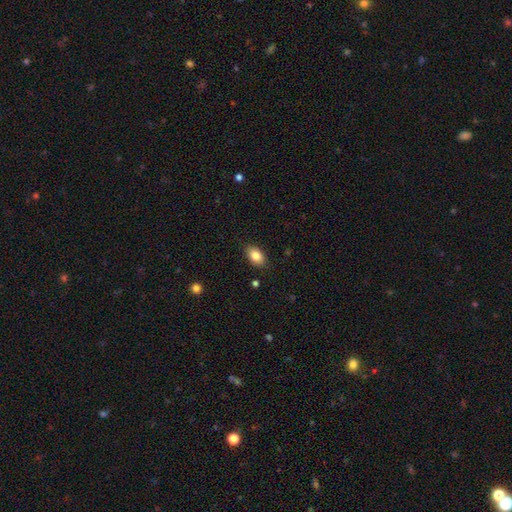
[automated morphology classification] This appears to be a smooth galaxy with no disk features (85%) that is in between round and cigar-shaped (89%). Merging: none (87%).